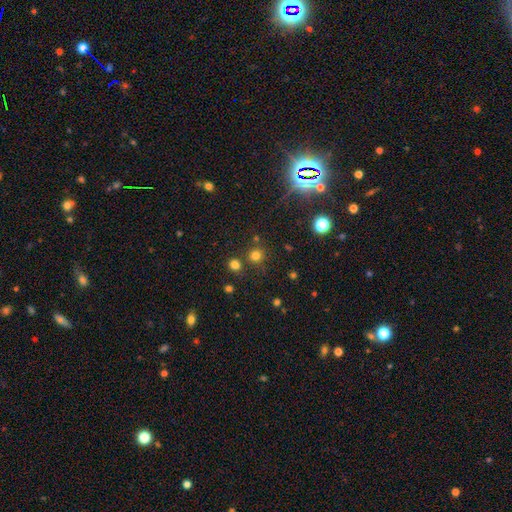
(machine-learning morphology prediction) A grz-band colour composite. It shows a smooth galaxy with no disk features (72%) that is round (92%). Merging: none (79%).